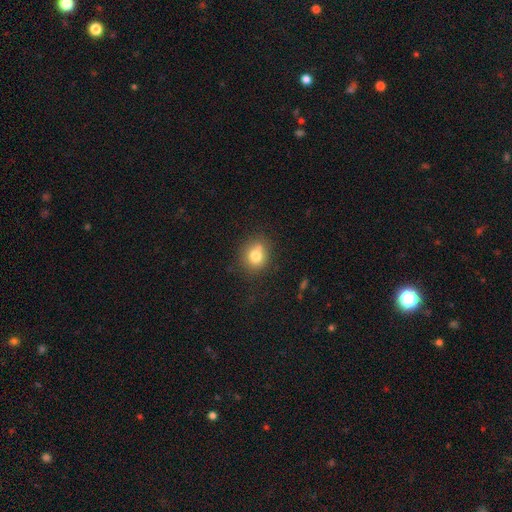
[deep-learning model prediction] Smooth or featured? Predicted: smooth (p=0.77). How rounded? Predicted: round (p=0.75). Merging? Predicted: none (p=0.67).